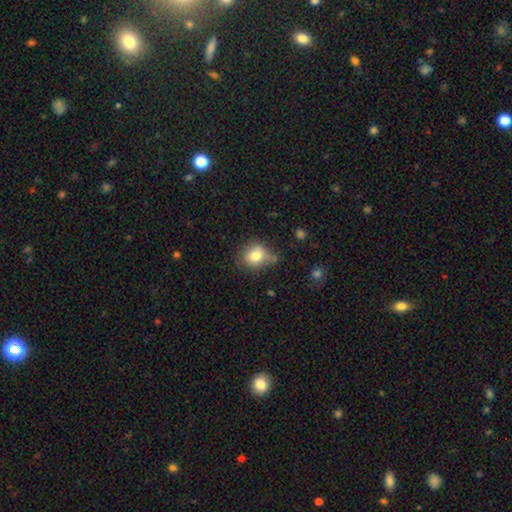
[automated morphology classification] A smooth galaxy with no disk features (78%) that is round (68%).

Vote fractions:
- Smooth or featured? smooth: 78% / featured or disk: 12% / star or artifact: 11%
- How rounded? round: 68% / in between: 31% / cigar-shaped: 1%
- Merging? none: 53% / minor disturbance: 28% / merger: 10% / major disturbance: 9%